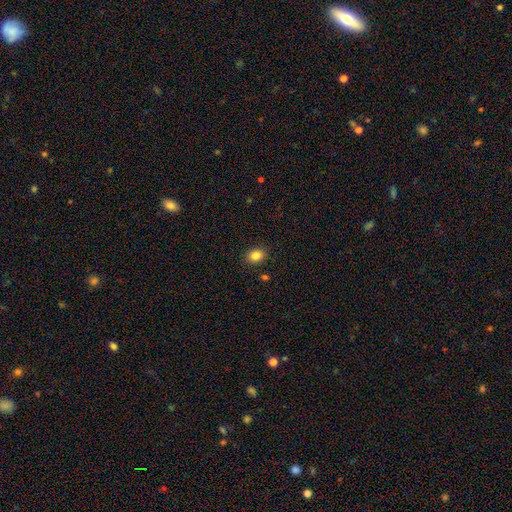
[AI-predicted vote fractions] This appears to be a smooth galaxy with no disk features (84%) that is in between round and cigar-shaped (58%). Merging: none (89%).